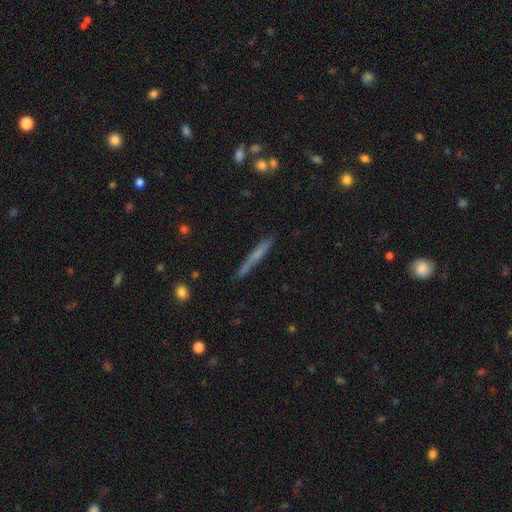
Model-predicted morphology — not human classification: smooth_or_featured: smooth (p=0.53) [alt: featured or disk p=0.38]
how_rounded: cigar-shaped (p=0.95) [alt: in between p=0.03]
merging: none (p=0.84) [alt: minor disturbance p=0.12]